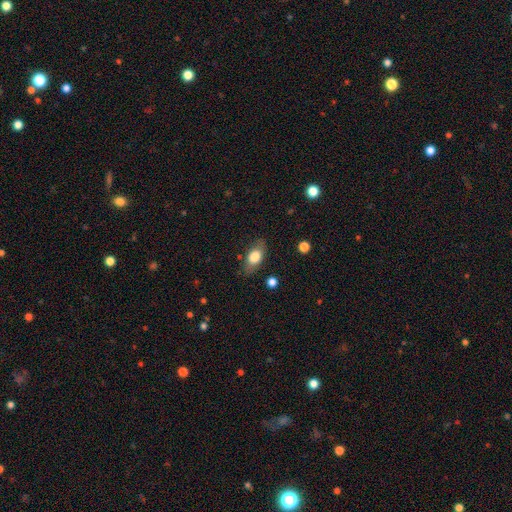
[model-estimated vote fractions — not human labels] The model was most divided on "smooth or featured": smooth: 75%, featured or disk: 18%, star or artifact: 7%. More confident: how rounded — in between (84%); merging — none (78%).